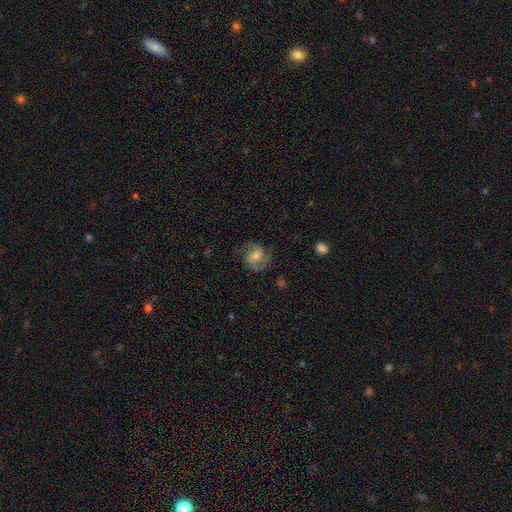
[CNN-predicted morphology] type=featured or disk (57%); edge-on=no (97%); bar=no (57%); spiral arms=yes (89%); bulge=moderate (51%); merging=none (72%).